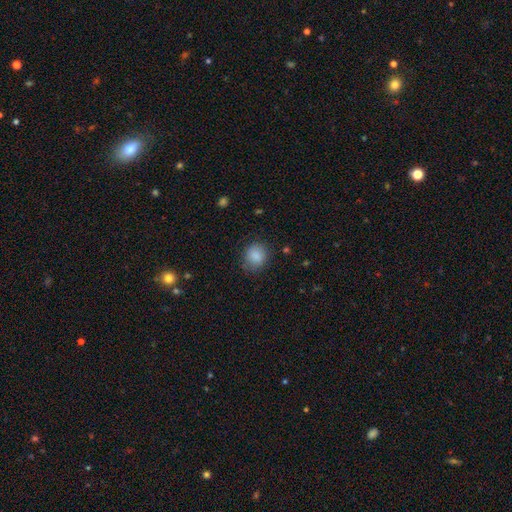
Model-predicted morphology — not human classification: This is clearly a smooth galaxy (87%). How rounded: likely round (70%). Merging: likely none (80%).